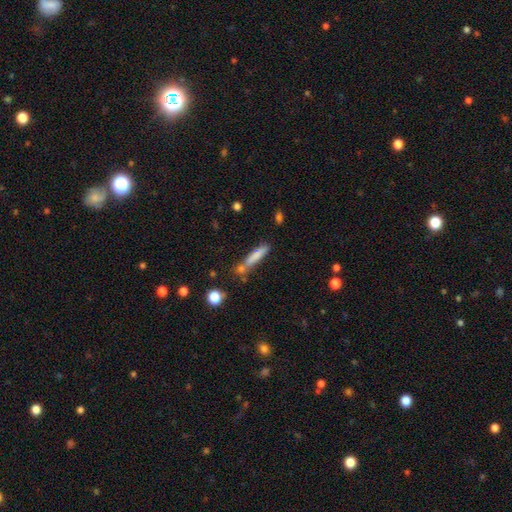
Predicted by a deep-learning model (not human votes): Q: Smooth or featured?
A: smooth (73%); runner-up: featured or disk (19%)
Q: How rounded?
A: cigar-shaped (89%); runner-up: in between (9%)
Q: Merging?
A: none (64%); runner-up: minor disturbance (18%)